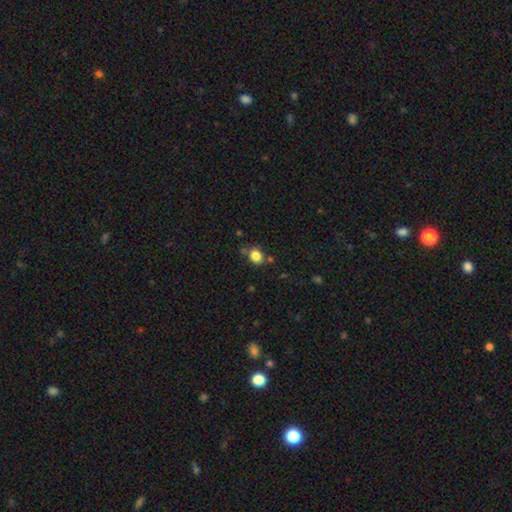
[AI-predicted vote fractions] This appears to be a smooth galaxy with no disk features (83%) that is round (54%). Merging: none (70%).